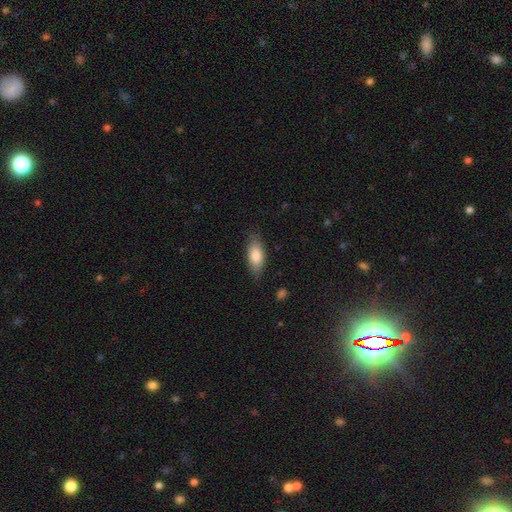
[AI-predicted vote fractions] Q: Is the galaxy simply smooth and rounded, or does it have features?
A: smooth — 80%.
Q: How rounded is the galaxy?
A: in between — 80%.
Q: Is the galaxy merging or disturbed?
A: none — 80%.